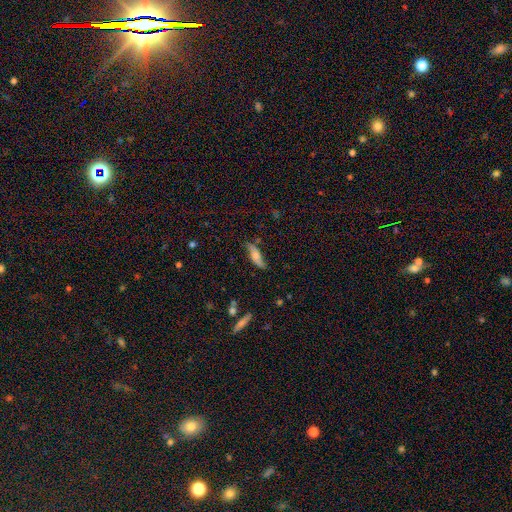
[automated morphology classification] smooth_or_featured: smooth (p=0.53) [alt: featured or disk p=0.39]
how_rounded: cigar-shaped (p=0.51) [alt: in between p=0.46]
merging: none (p=0.70) [alt: minor disturbance p=0.22]